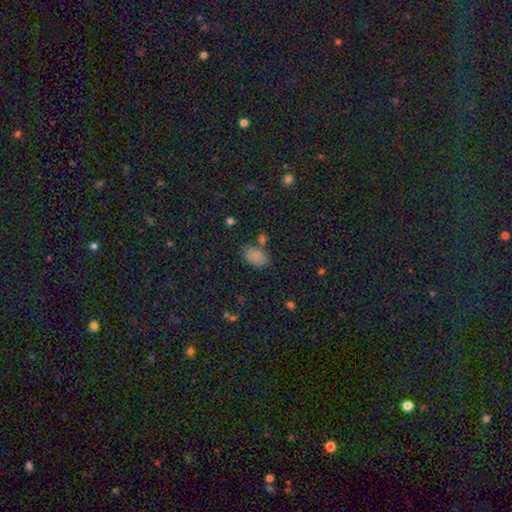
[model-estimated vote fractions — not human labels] A smooth galaxy with no disk features (79%) that is in between round and cigar-shaped (90%). Merging: none (65%).